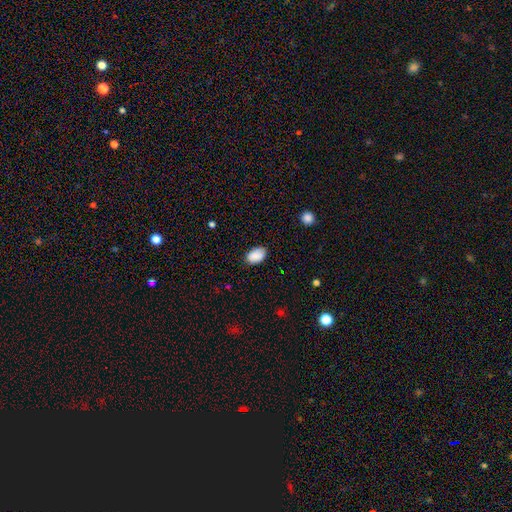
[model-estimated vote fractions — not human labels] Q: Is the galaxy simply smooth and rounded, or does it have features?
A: smooth — 90%.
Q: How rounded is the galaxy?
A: in between — 90%.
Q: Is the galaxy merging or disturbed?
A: none — 85%.